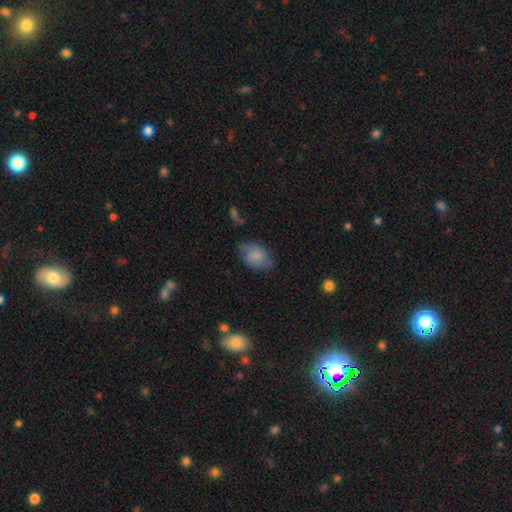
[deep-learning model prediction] The model was most divided on "merging": none: 61%, minor disturbance: 28%, major disturbance: 9%, merger: 2%. More confident: how rounded — in between (83%); smooth or featured — smooth (79%).